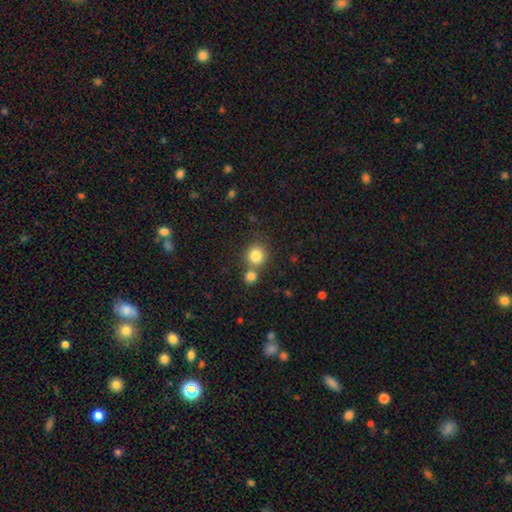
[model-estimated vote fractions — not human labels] A smooth galaxy with no disk features (82%) that is round (91%).

Vote fractions:
- Smooth or featured? smooth: 82% / star or artifact: 11% / featured or disk: 7%
- How rounded? round: 91% / in between: 8% / cigar-shaped: 1%
- Merging? none: 62% / merger: 28% / minor disturbance: 7% / major disturbance: 3%